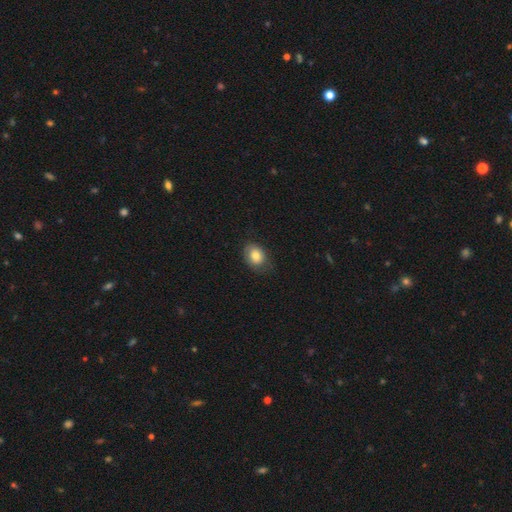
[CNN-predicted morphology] This is likely a smooth galaxy (79%). How rounded: likely in between (61%). Merging: likely none (71%).